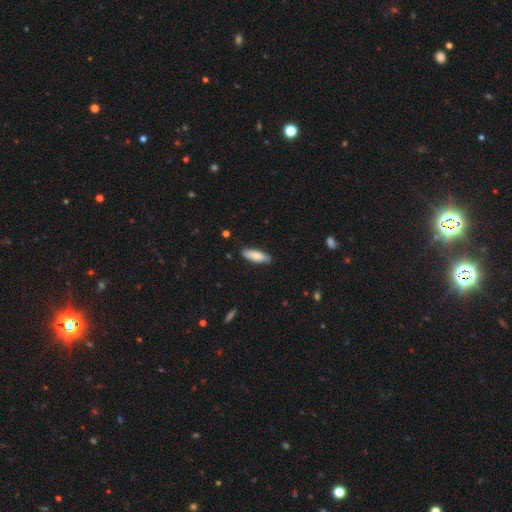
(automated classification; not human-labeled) This is likely a smooth galaxy (80%). How rounded: possibly in between (56%). Merging: clearly none (85%).